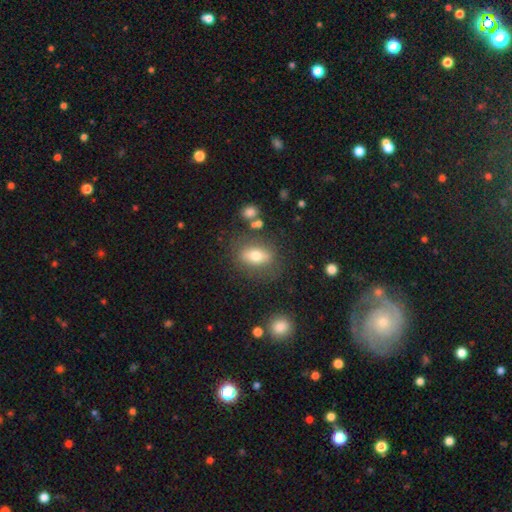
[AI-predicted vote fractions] Morphology: type=smooth (70%); roundness=in between (78%); merging=none (75%).